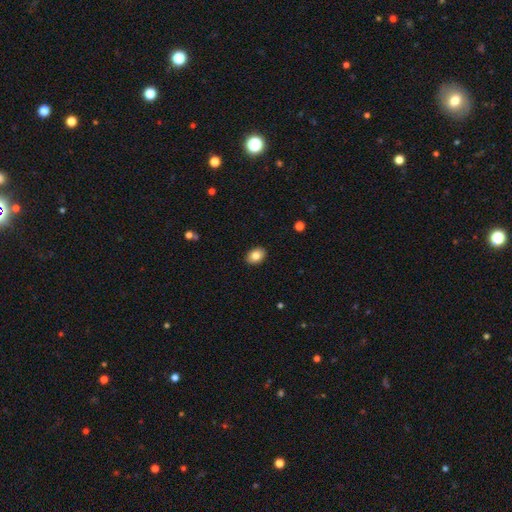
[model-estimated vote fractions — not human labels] Smooth or featured? Predicted: smooth (p=0.83). How rounded? Predicted: in between (p=0.76). Merging? Predicted: none (p=0.90).